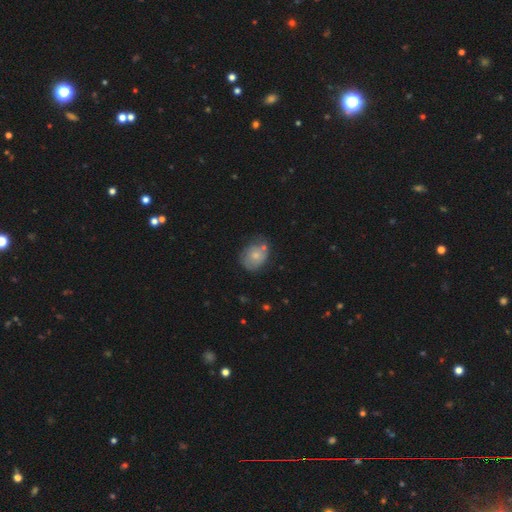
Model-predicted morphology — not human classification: The model was most divided on "how rounded": round: 51%, in between: 48%, cigar-shaped: 1%. Remaining: smooth or featured — smooth (61%); merging — none (49%).